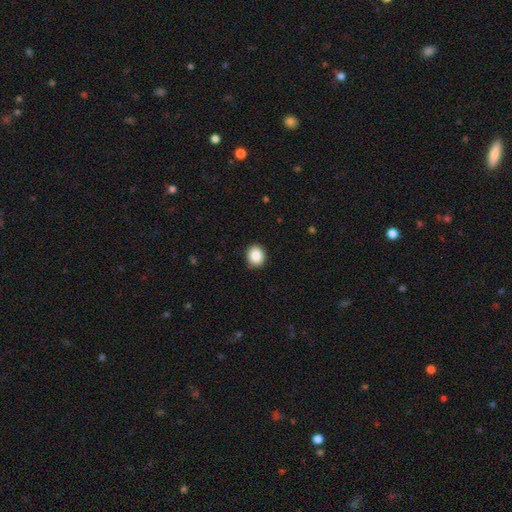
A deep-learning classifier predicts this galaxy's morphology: Q: Smooth or featured?
A: smooth (87%); runner-up: star or artifact (9%)
Q: How rounded?
A: round (73%); runner-up: in between (26%)
Q: Merging?
A: none (90%); runner-up: minor disturbance (7%)